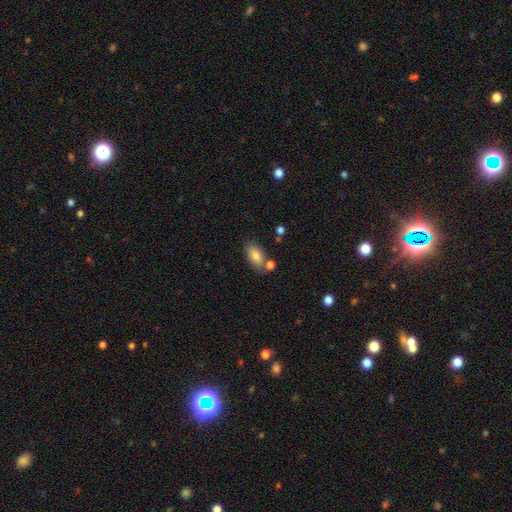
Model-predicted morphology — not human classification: Smooth or featured: smooth — 81% (featured or disk — 11%)
How rounded: in between — 90% (round — 5%)
Merging: none — 68% (merger — 14%)